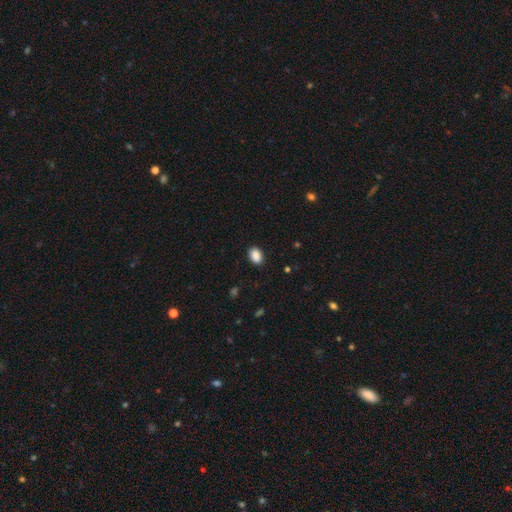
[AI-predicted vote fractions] Morphology: type=smooth (89%); roundness=in between (83%); merging=none (89%).